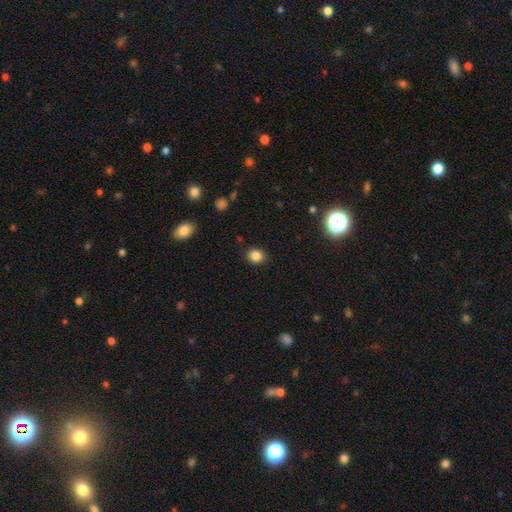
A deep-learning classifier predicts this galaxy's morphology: smooth_or_featured: smooth (p=0.85) [alt: star or artifact p=0.11]
how_rounded: round (p=0.72) [alt: in between p=0.27]
merging: none (p=0.89) [alt: minor disturbance p=0.07]